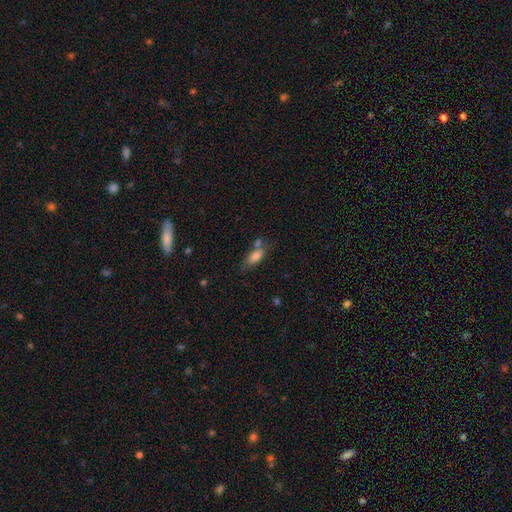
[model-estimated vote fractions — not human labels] Smooth or featured? smooth (75%)
How rounded? in between (78%)
Merging? none (52%)